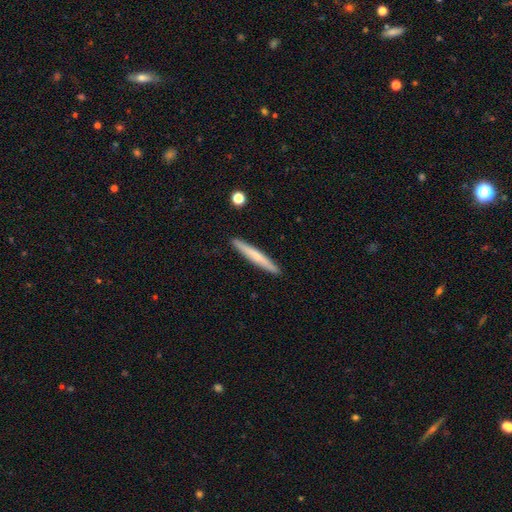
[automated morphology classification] type=smooth (61%); roundness=cigar-shaped (96%); merging=none (92%).